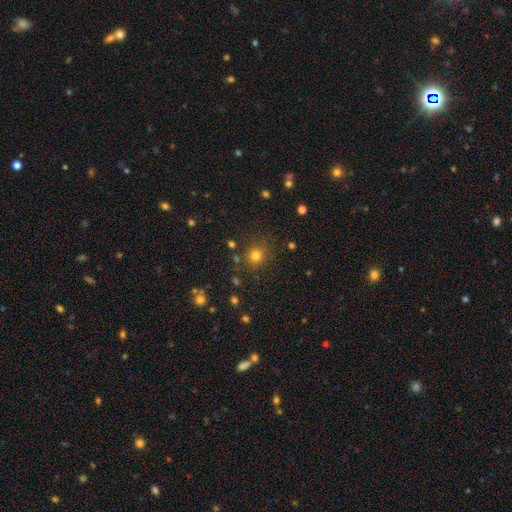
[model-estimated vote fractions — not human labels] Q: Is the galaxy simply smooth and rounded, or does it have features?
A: smooth — 77%.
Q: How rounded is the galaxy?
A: round — 88%.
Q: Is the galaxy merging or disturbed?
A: none — 83%.